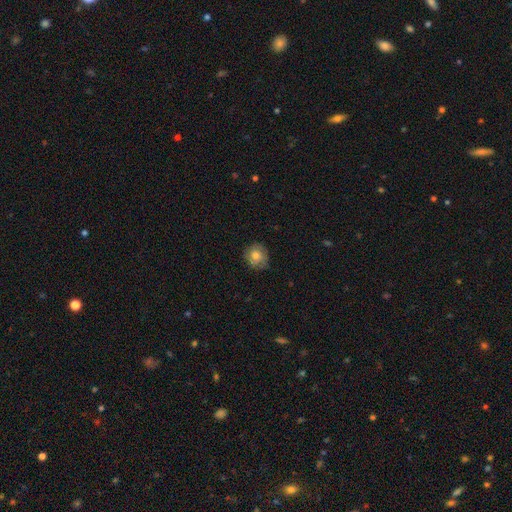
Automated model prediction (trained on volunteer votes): Smooth or featured? Predicted: smooth (p=0.76). How rounded? Predicted: round (p=0.86). Merging? Predicted: none (p=0.76).